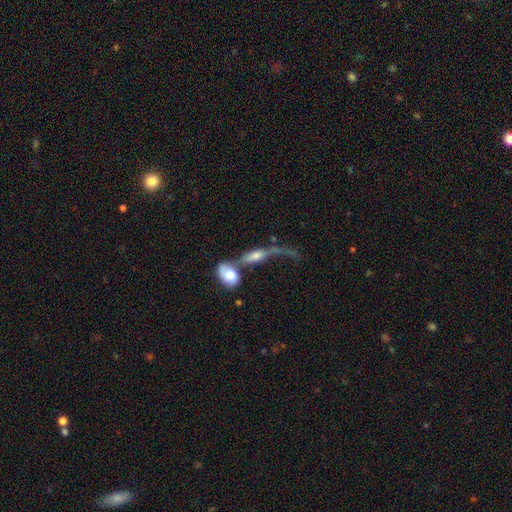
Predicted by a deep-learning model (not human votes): Smooth or featured? featured or disk (46%)
Merging? merger (52%)